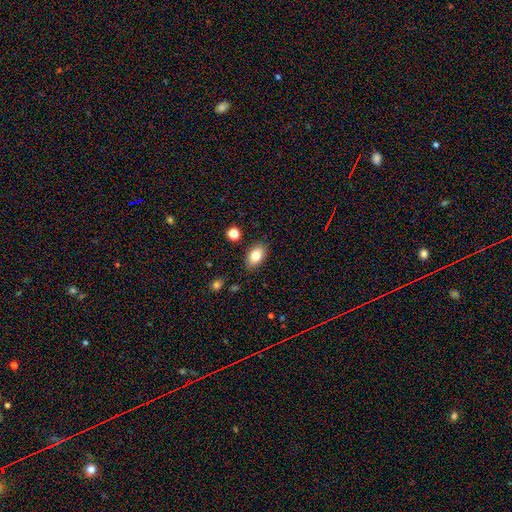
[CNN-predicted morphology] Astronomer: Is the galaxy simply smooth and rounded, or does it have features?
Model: smooth — 82%.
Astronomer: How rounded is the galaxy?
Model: in between — 89%.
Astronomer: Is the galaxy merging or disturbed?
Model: none — 86%.